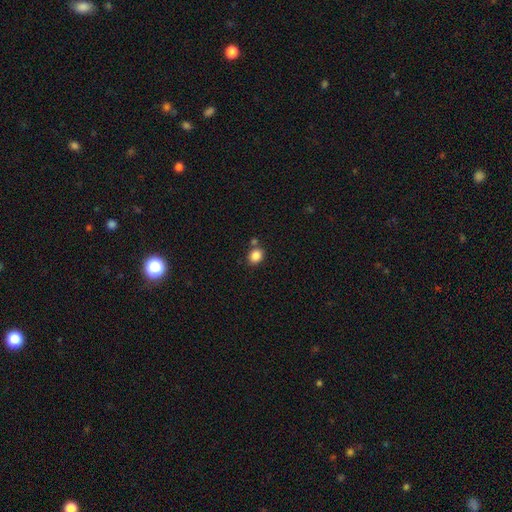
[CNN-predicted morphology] Overall: smooth (86%). How rounded: round (59%; in between 41%). Merging: none (71%).